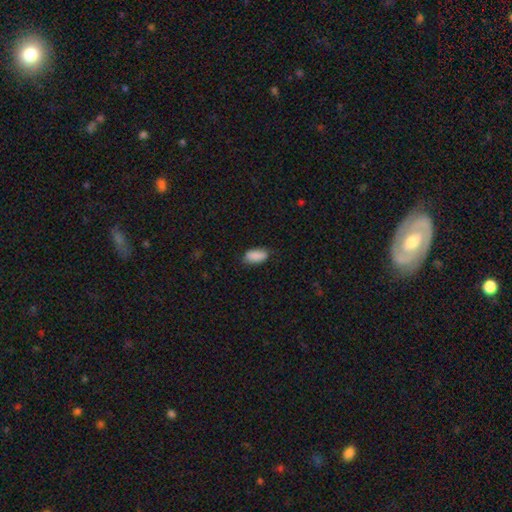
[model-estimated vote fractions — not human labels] Q: Smooth or featured?
A: smooth (89%); runner-up: star or artifact (7%)
Q: How rounded?
A: in between (90%); runner-up: cigar-shaped (7%)
Q: Merging?
A: none (82%); runner-up: minor disturbance (14%)